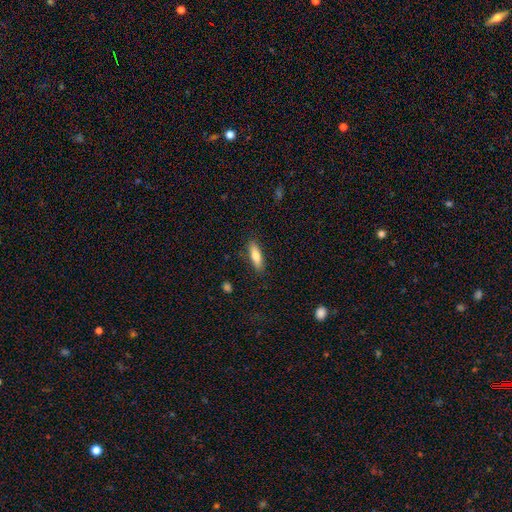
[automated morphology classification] smooth-or-featured: smooth: 73% | featured or disk: 20% | star or artifact: 6%
  how-rounded: cigar-shaped: 53% | in between: 45% | round: 2%
  merging: none: 86% | minor disturbance: 10% | major disturbance: 2% | merger: 1%